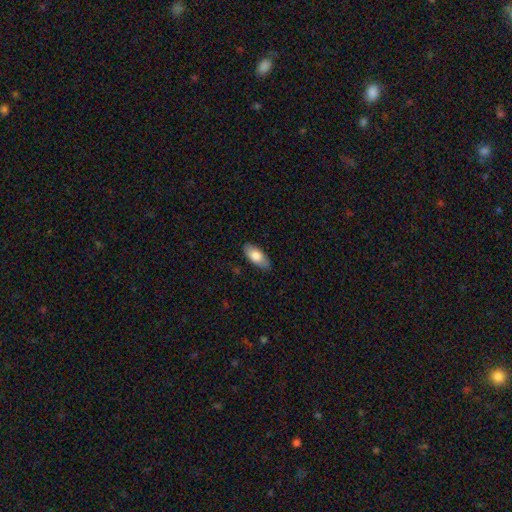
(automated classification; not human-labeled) Q: Smooth or featured?
A: smooth (79%); runner-up: featured or disk (15%)
Q: How rounded?
A: in between (90%); runner-up: cigar-shaped (7%)
Q: Merging?
A: none (86%); runner-up: minor disturbance (11%)